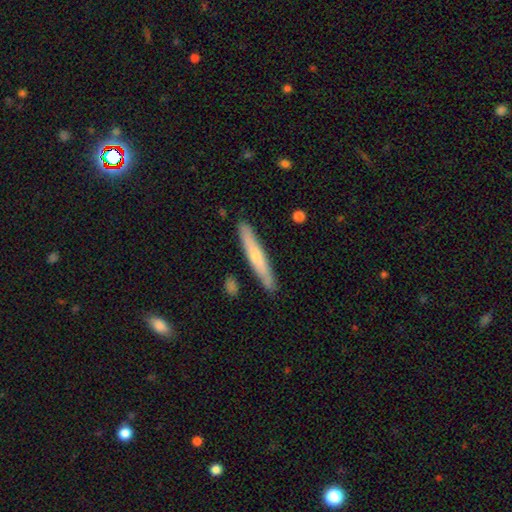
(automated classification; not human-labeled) Morphology: type=featured or disk (51%); edge-on=yes (90%); merging=none (88%).